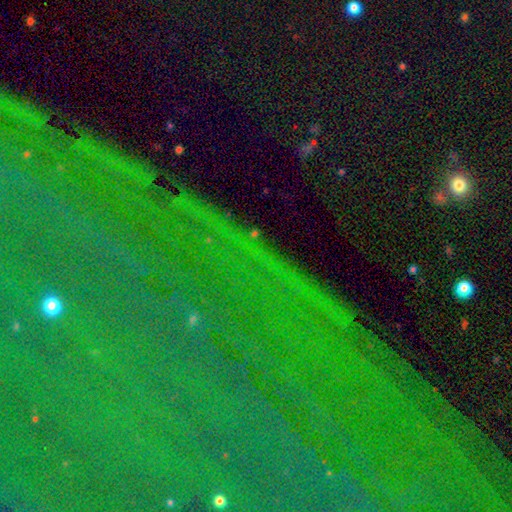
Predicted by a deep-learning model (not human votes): Smooth or featured: star or artifact — 84% (featured or disk — 8%)